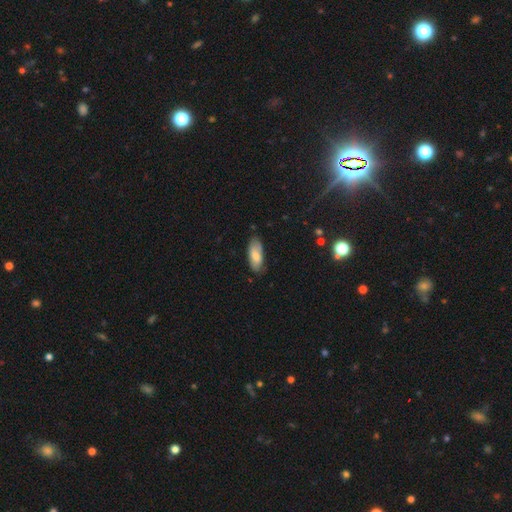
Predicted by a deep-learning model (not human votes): smooth_or_featured: smooth (p=0.71) [alt: featured or disk p=0.23]
how_rounded: in between (p=0.82) [alt: cigar-shaped p=0.16]
merging: none (p=0.75) [alt: minor disturbance p=0.20]